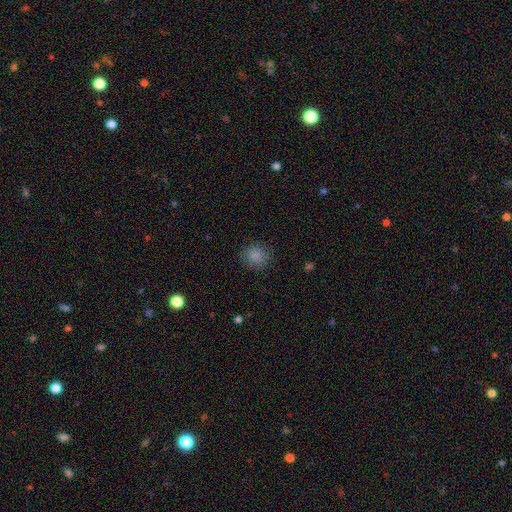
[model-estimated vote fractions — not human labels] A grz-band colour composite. It shows a smooth galaxy with no disk features (86%) that is round (85%). Merging: none (86%).